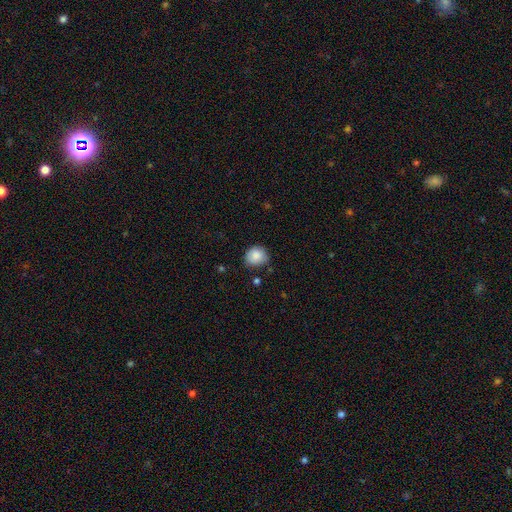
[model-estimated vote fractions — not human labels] Smooth or featured?
  - smooth: 86% *
  - star or artifact: 8%
  - featured or disk: 6%
How rounded?
  - round: 77% *
  - in between: 22%
  - cigar-shaped: 1%
Merging?
  - none: 74% *
  - minor disturbance: 20%
  - major disturbance: 4%
  - merger: 2%